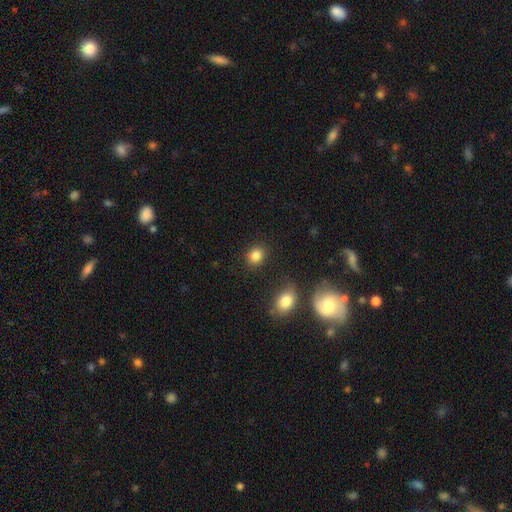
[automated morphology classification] smooth 85%, star or artifact 10%, featured or disk 5%. Down the decision tree: how rounded — round (68%); merging — none (86%).